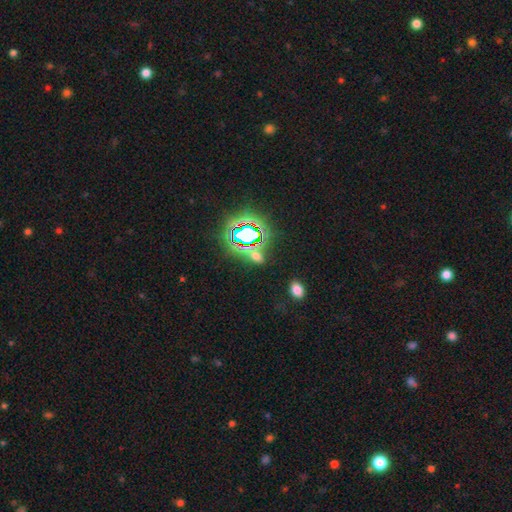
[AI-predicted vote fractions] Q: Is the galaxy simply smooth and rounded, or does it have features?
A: star or artifact — 51%.